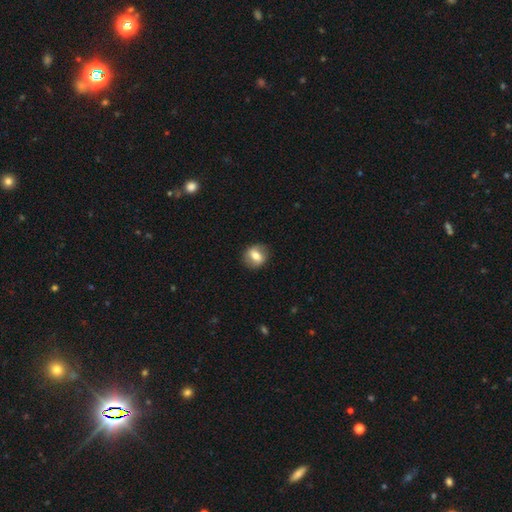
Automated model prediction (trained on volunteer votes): This is likely a smooth galaxy (60%). How rounded: likely round (61%). Merging: clearly none (85%).